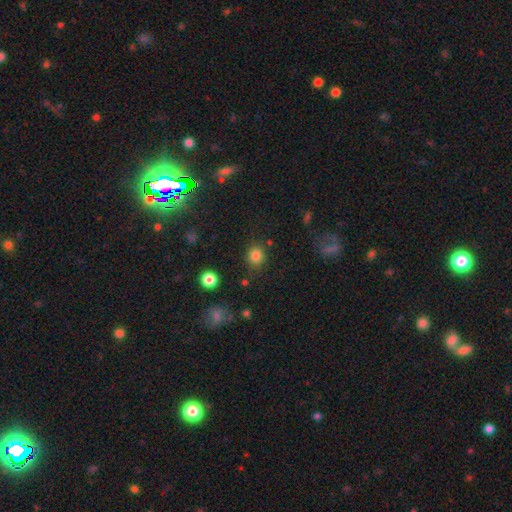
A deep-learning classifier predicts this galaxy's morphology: smooth_or_featured: smooth (p=0.82) [alt: star or artifact p=0.13]
how_rounded: round (p=0.78) [alt: in between p=0.21]
merging: none (p=0.82) [alt: minor disturbance p=0.11]